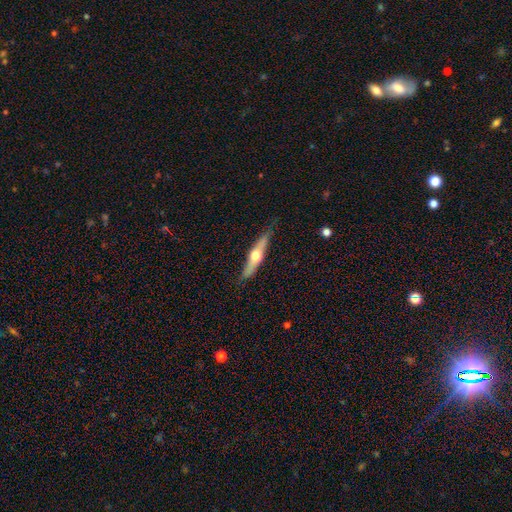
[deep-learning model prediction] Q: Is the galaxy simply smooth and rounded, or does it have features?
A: featured or disk — 61%.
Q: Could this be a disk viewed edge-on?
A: yes — 94%.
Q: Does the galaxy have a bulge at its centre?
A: rounded — 95%.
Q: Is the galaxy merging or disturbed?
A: none — 80%.